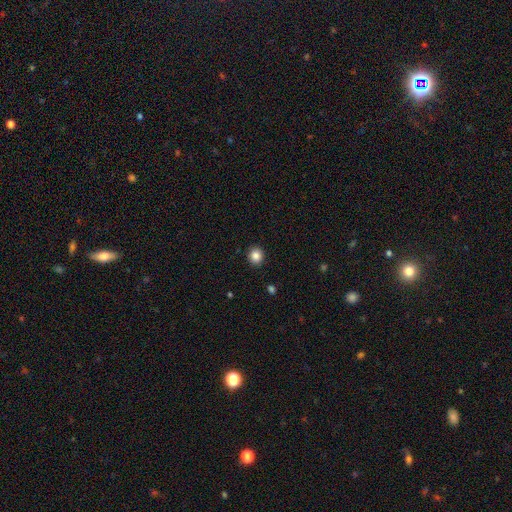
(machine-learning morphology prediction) type=smooth (85%); roundness=round (85%); merging=none (92%).